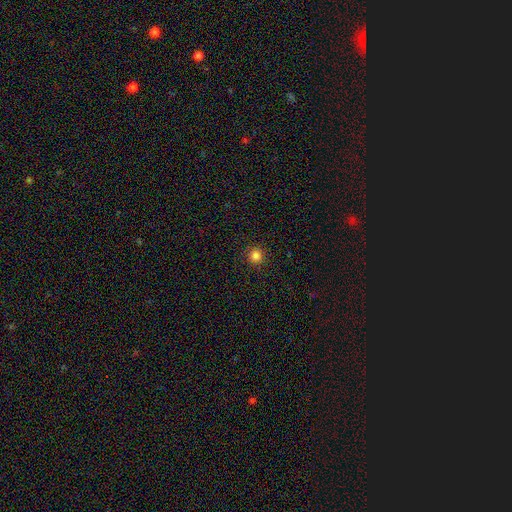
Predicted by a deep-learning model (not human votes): A smooth galaxy with no disk features (84%) that is round (94%). Merging: none (92%).